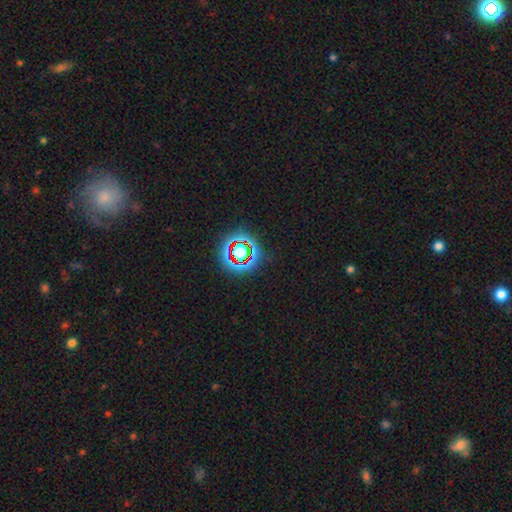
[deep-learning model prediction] Smooth or featured?
  - star or artifact: 74% *
  - smooth: 15%
  - featured or disk: 12%